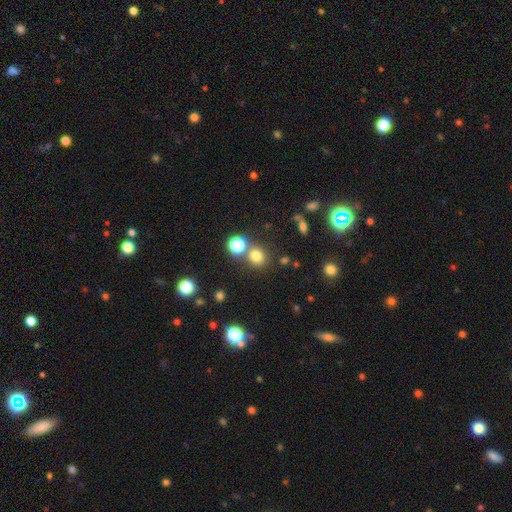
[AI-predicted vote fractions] smooth_or_featured: smooth (p=0.74) [alt: star or artifact p=0.19]
how_rounded: round (p=0.84) [alt: in between p=0.15]
merging: none (p=0.70) [alt: merger p=0.18]